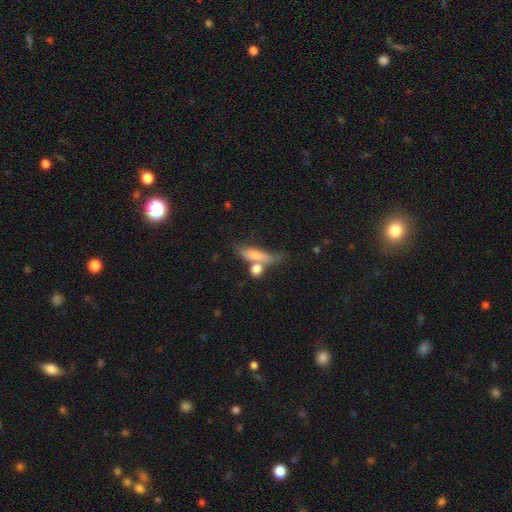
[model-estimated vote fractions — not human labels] Smooth or featured? smooth (66%)
How rounded? cigar-shaped (55%)
Merging? merger (39%)